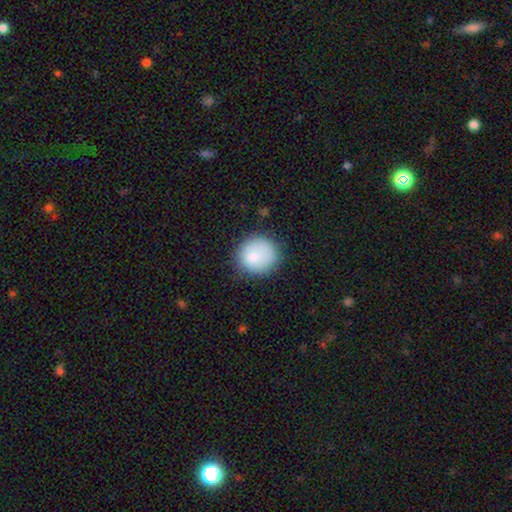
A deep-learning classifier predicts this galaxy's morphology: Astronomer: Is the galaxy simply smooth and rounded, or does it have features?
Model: smooth — 81%.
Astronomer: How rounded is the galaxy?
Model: round — 86%.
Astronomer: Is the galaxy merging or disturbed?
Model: none — 72%.